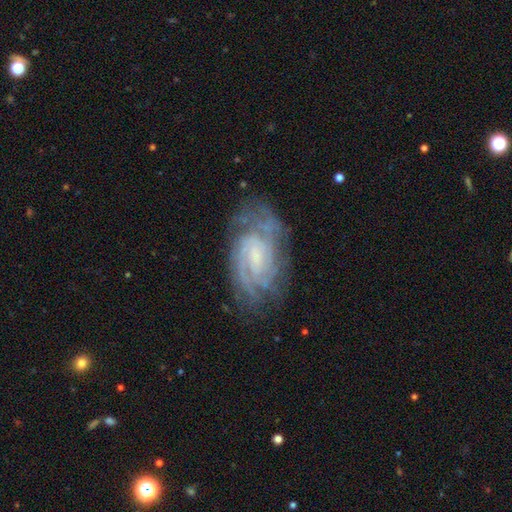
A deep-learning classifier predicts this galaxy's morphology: The model was most divided on "bar": weak: 45%, no: 44%, strong: 11%. Remaining: edge-on disk — no (96%); spiral arms — yes (95%); smooth or featured — featured or disk (84%); bulge size — small (75%); merging — none (69%); spiral winding — tight (67%); spiral arm count — can't tell (36%).